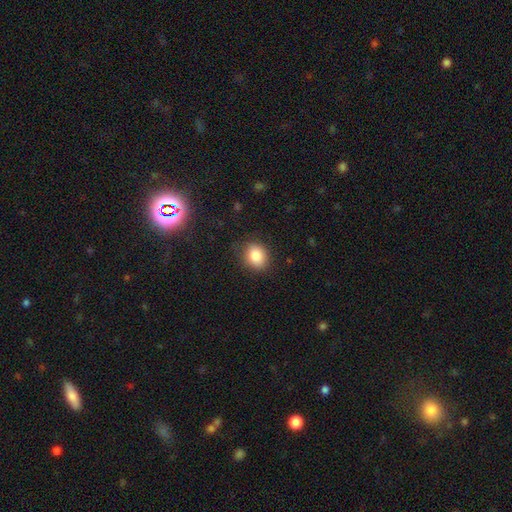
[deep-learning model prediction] The model was most divided on "how rounded": round: 60%, in between: 39%, cigar-shaped: 1%. More confident: smooth or featured — smooth (85%); merging — none (83%).